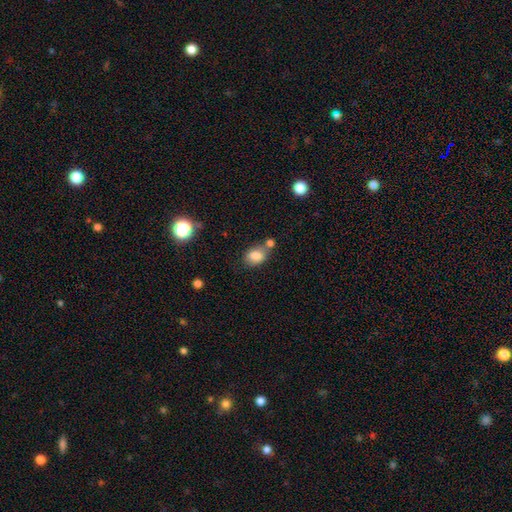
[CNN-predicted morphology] Smooth or featured: smooth — 81% (star or artifact — 10%)
How rounded: in between — 70% (round — 29%)
Merging: none — 52% (merger — 26%)